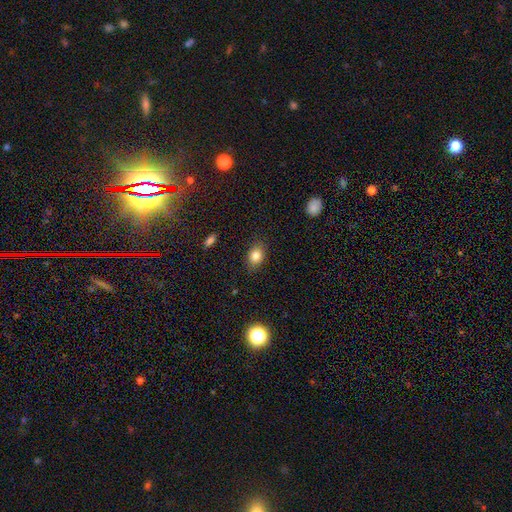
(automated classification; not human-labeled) Morphology: type=smooth (83%); roundness=in between (68%); merging=none (83%).